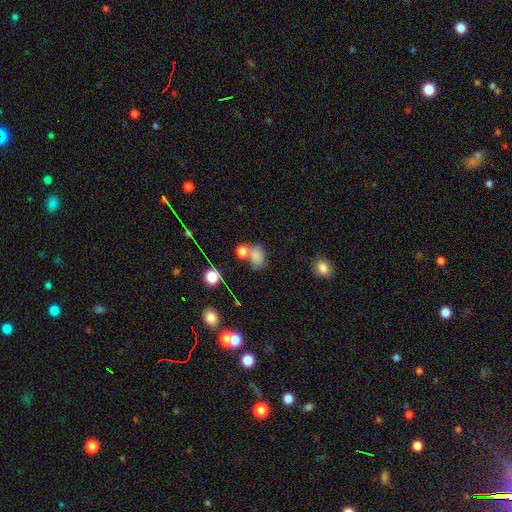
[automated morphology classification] A smooth galaxy with no disk features (78%) that is in between round and cigar-shaped (65%). Merging: none (48%).